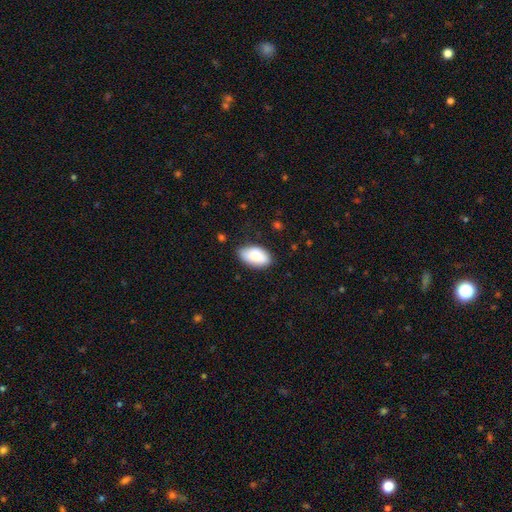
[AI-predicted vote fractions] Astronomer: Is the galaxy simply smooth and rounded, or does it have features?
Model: smooth — 85%.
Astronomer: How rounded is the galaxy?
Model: in between — 94%.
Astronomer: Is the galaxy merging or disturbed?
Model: none — 76%.